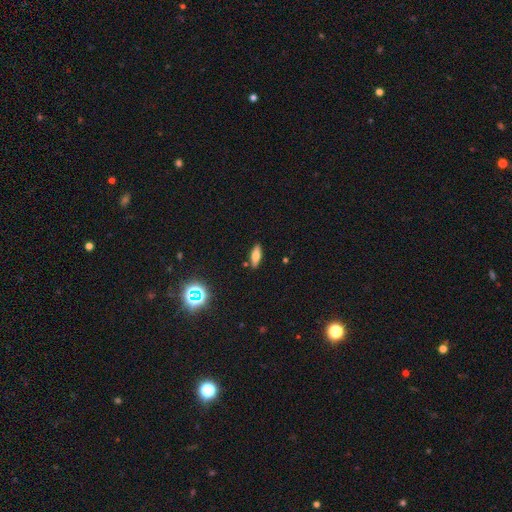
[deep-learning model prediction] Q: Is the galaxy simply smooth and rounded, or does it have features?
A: smooth — 61%.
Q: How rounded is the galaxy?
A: in between — 64%.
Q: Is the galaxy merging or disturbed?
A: none — 87%.